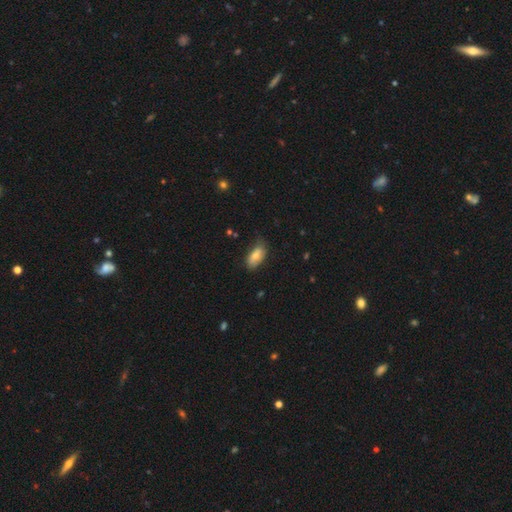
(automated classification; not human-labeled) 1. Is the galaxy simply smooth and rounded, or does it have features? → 77% smooth, 16% featured or disk, 7% star or artifact.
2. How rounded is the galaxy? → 91% in between, 6% cigar-shaped, 3% round.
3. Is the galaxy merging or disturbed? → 68% none, 25% minor disturbance, 5% major disturbance, 2% merger.